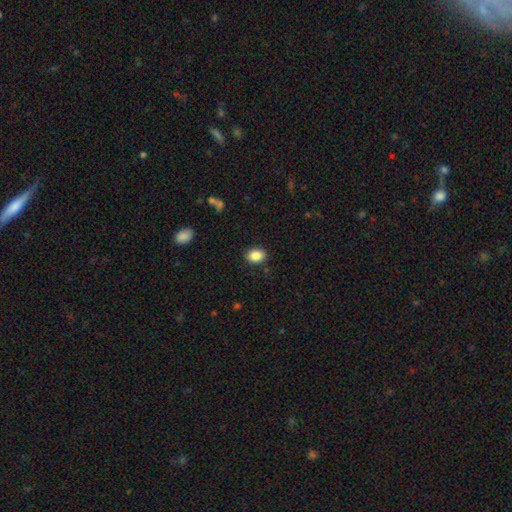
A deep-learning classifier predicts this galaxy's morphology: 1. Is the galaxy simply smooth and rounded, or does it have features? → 86% smooth, 9% star or artifact, 5% featured or disk.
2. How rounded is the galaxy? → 66% in between, 32% round, 1% cigar-shaped.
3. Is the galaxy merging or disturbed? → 87% none, 10% minor disturbance, 2% major disturbance, 1% merger.